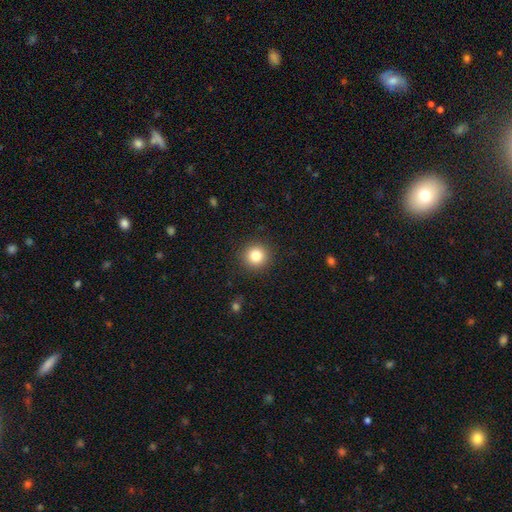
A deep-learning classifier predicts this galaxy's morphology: The model was most divided on "smooth or featured": smooth: 82%, star or artifact: 11%, featured or disk: 6%. More confident: how rounded — round (94%); merging — none (91%).